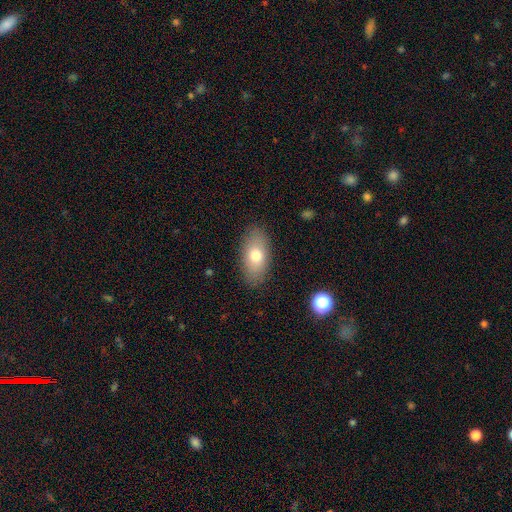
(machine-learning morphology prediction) Smooth or featured? smooth (74%)
How rounded? in between (90%)
Merging? none (86%)